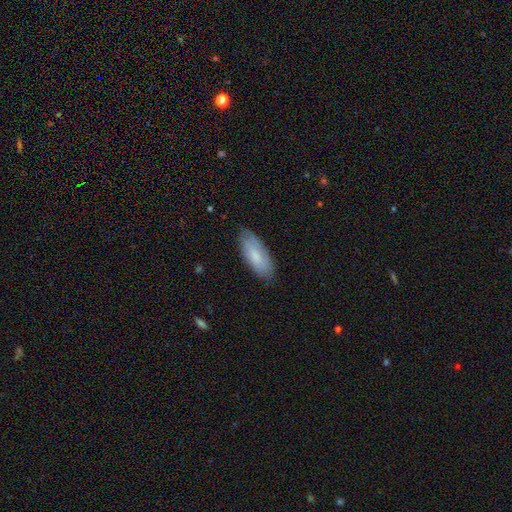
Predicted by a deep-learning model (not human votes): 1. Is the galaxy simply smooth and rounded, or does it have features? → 72% smooth, 22% featured or disk, 6% star or artifact.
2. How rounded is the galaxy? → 80% in between, 18% cigar-shaped, 2% round.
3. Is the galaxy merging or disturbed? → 77% none, 19% minor disturbance, 3% major disturbance, 1% merger.